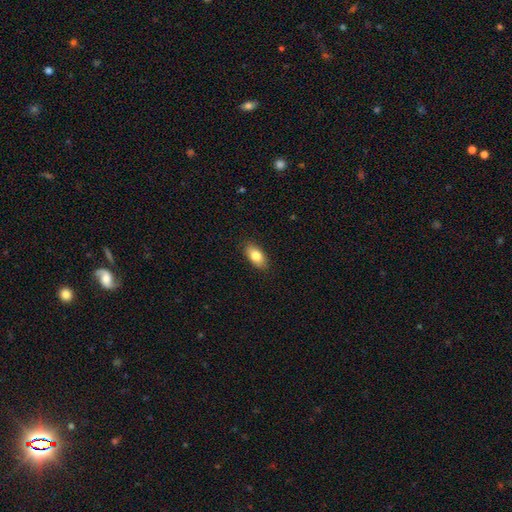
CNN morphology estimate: Smooth or featured: smooth — 82% (featured or disk — 11%)
How rounded: in between — 91% (cigar-shaped — 5%)
Merging: none — 88% (minor disturbance — 9%)